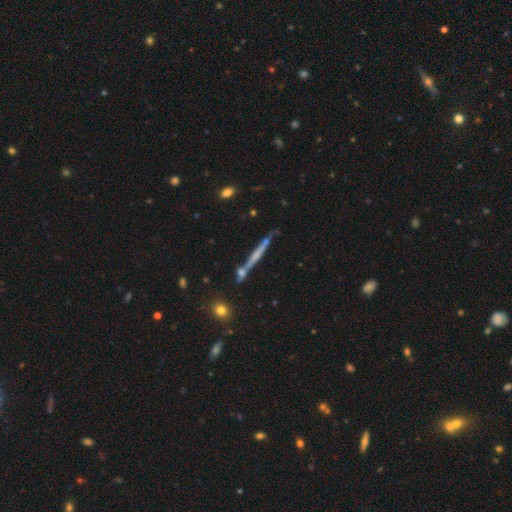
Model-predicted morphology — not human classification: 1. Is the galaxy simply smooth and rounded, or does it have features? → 62% featured or disk, 29% smooth, 8% star or artifact.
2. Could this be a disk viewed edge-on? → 96% yes, 4% no.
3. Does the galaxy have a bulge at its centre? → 61% none, 28% rounded, 11% boxy.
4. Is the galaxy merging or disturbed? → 75% none, 12% minor disturbance, 10% merger, 3% major disturbance.